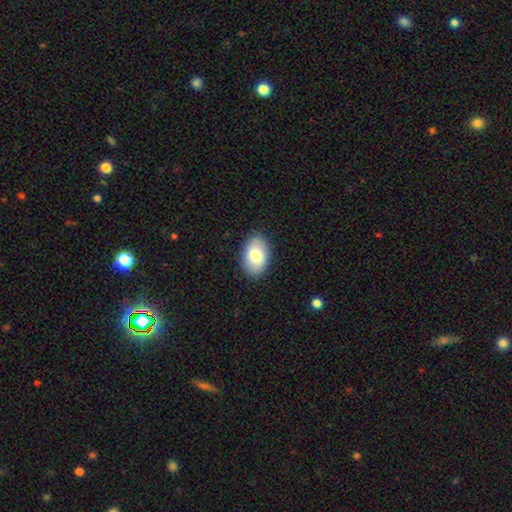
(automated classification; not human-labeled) smooth-or-featured: smooth: 80% | featured or disk: 13% | star or artifact: 6%
  how-rounded: in between: 90% | round: 8% | cigar-shaped: 1%
  merging: none: 87% | minor disturbance: 9% | major disturbance: 2% | merger: 1%